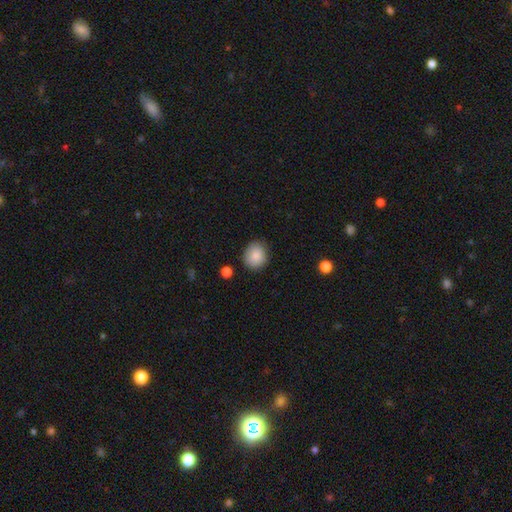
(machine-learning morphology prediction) Smooth or featured?
  - smooth: 86% *
  - star or artifact: 8%
  - featured or disk: 6%
How rounded?
  - round: 74% *
  - in between: 25%
  - cigar-shaped: 1%
Merging?
  - none: 83% *
  - minor disturbance: 12%
  - major disturbance: 3%
  - merger: 2%